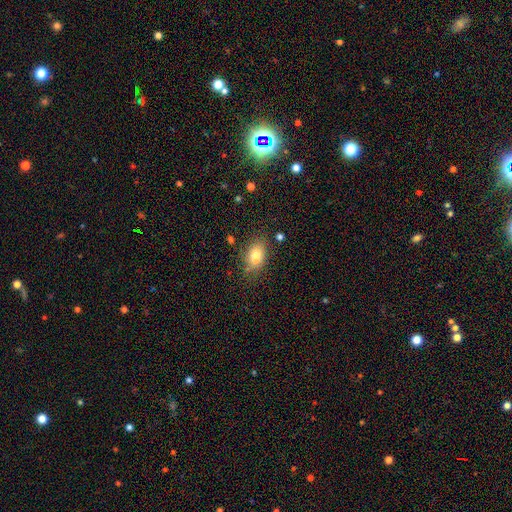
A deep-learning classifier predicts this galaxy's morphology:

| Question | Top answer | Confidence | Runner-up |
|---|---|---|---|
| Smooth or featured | smooth | 81% | featured or disk (11%) |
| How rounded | in between | 83% | round (15%) |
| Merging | none | 76% | minor disturbance (17%) |